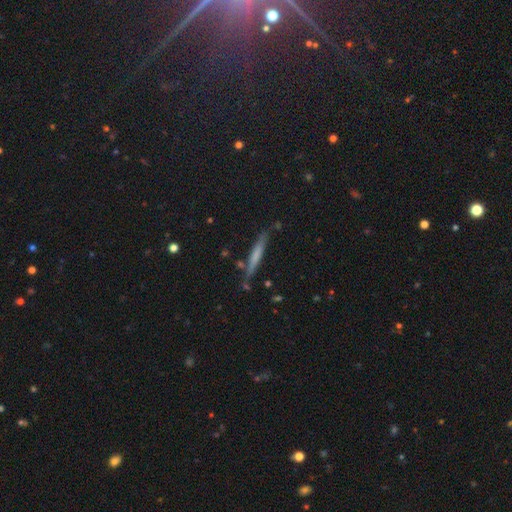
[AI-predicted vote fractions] Smooth or featured? Predicted: smooth (p=0.54). How rounded? Predicted: cigar-shaped (p=0.95). Merging? Predicted: none (p=0.80).